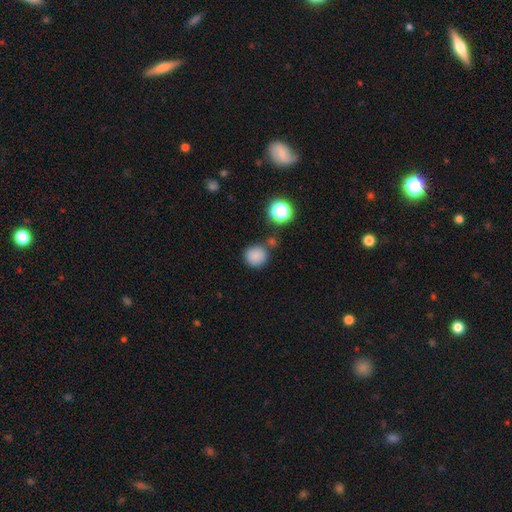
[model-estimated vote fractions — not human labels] Smooth or featured?
  - smooth: 82% *
  - star or artifact: 12%
  - featured or disk: 5%
How rounded?
  - round: 92% *
  - in between: 7%
  - cigar-shaped: 1%
Merging?
  - none: 75% *
  - minor disturbance: 11%
  - merger: 11%
  - major disturbance: 4%